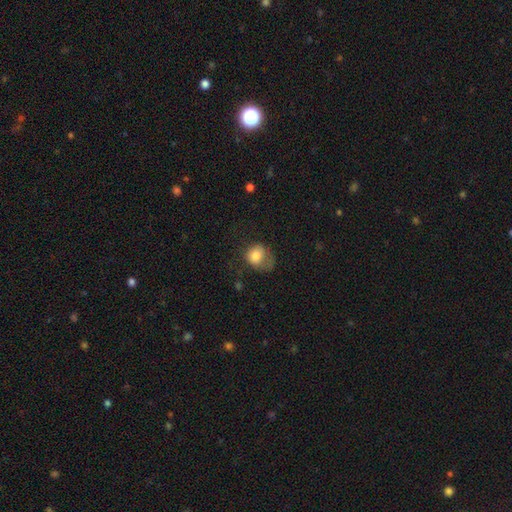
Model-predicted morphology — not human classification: Smooth or featured? smooth (78%)
How rounded? round (58%)
Merging? major disturbance (40%)